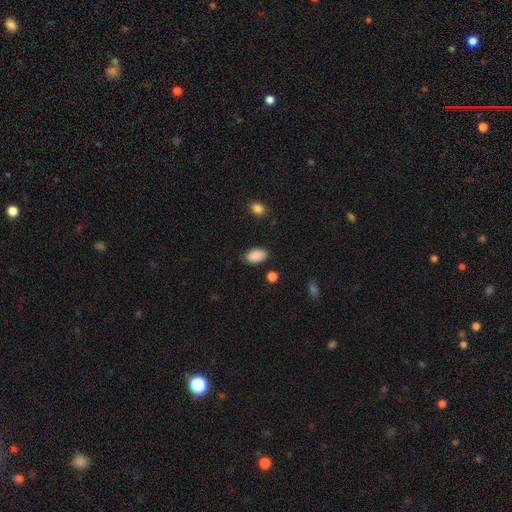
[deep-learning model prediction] Smooth or featured? smooth (90%)
How rounded? in between (92%)
Merging? none (85%)